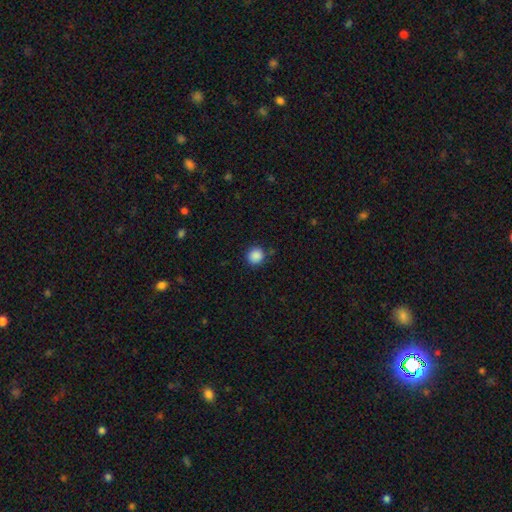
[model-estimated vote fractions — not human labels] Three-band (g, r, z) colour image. It shows a smooth galaxy with no disk features (87%) that is round (93%). Merging: none (85%).